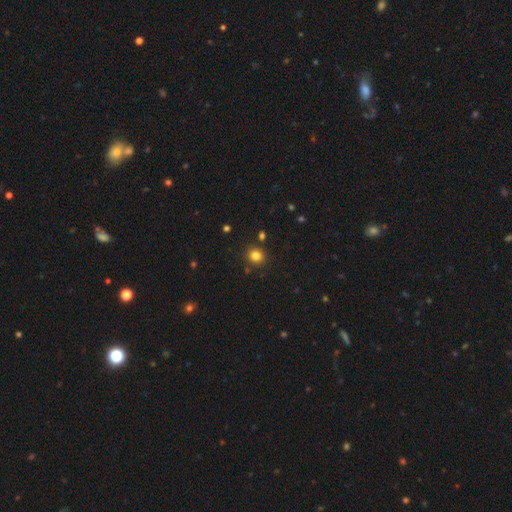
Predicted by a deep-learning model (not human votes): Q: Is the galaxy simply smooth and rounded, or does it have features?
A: smooth — 81%.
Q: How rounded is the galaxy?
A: round — 80%.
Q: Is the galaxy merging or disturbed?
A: none — 86%.